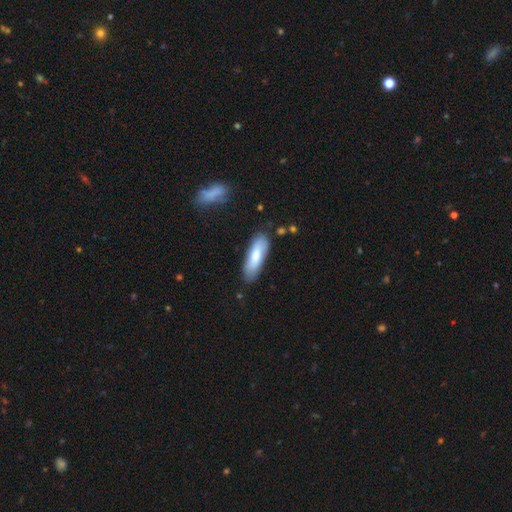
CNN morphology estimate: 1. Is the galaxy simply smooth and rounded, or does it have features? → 74% smooth, 20% featured or disk, 6% star or artifact.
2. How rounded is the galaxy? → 54% in between, 44% cigar-shaped, 2% round.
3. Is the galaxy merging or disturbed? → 79% none, 15% minor disturbance, 3% major disturbance, 2% merger.